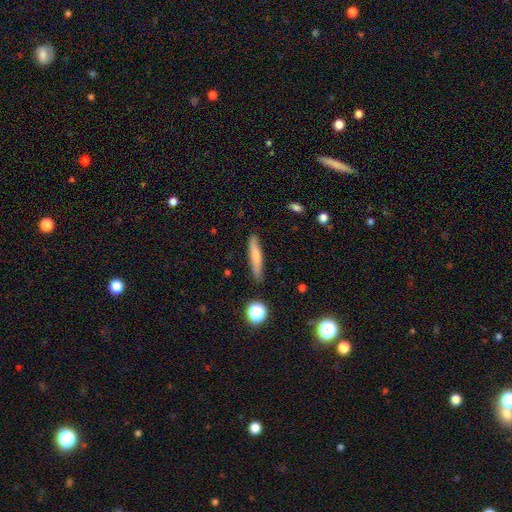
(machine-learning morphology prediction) A smooth galaxy with no disk features (70%) that is cigar-shaped (89%).

Vote fractions:
- Smooth or featured? smooth: 70% / featured or disk: 22% / star or artifact: 8%
- How rounded? cigar-shaped: 89% / in between: 9% / round: 2%
- Merging? none: 85% / minor disturbance: 11% / major disturbance: 2% / merger: 2%